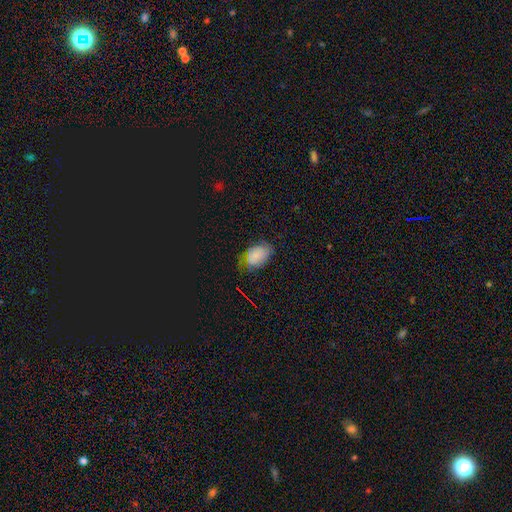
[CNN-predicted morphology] Overall: smooth (78%). How rounded: in between (89%). Merging: none (54%; minor disturbance 32%).